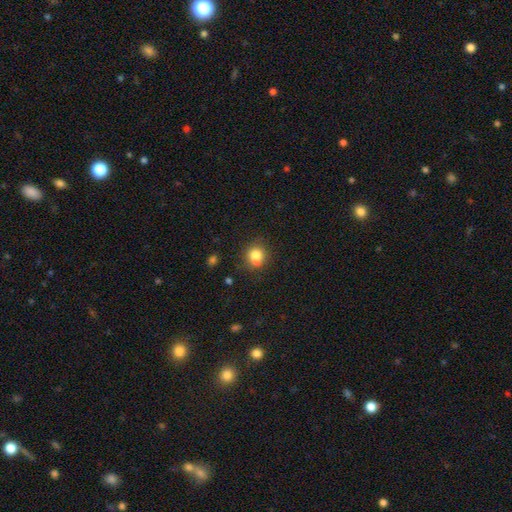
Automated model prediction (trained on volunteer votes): Smooth or featured? Predicted: smooth (p=0.80). How rounded? Predicted: round (p=0.78). Merging? Predicted: none (p=0.68).